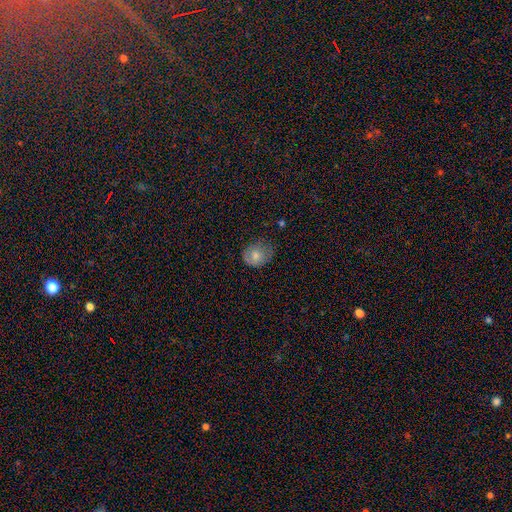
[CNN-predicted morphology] smooth 75%, featured or disk 16%, star or artifact 9%. Down the decision tree: how rounded — round (59%); merging — none (52%).